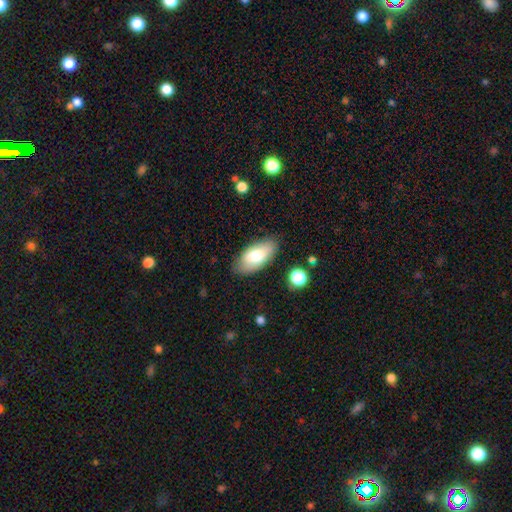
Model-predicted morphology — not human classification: A smooth galaxy with no disk features (73%) that is in between round and cigar-shaped (90%).

Vote fractions:
- Smooth or featured? smooth: 73% / featured or disk: 20% / star or artifact: 7%
- How rounded? in between: 90% / cigar-shaped: 8% / round: 2%
- Merging? none: 83% / minor disturbance: 12% / major disturbance: 3% / merger: 2%